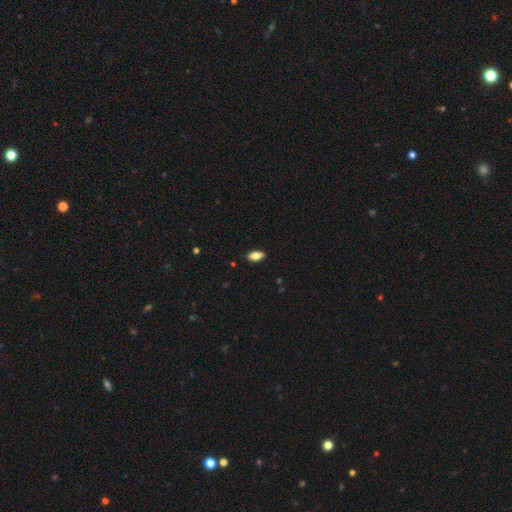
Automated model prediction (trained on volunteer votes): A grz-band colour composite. It shows a smooth galaxy with no disk features (77%) that is in between round and cigar-shaped (88%). Merging: none (88%).